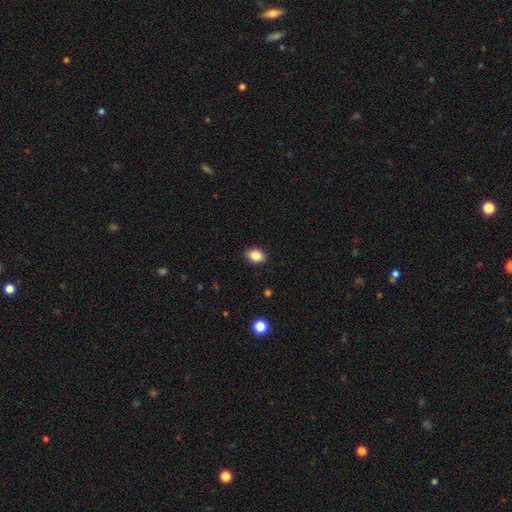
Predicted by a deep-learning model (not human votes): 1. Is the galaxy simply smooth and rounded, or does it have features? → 85% smooth, 9% star or artifact, 6% featured or disk.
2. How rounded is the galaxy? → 76% in between, 23% round, 1% cigar-shaped.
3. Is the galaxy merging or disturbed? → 89% none, 8% minor disturbance, 2% major disturbance, 1% merger.